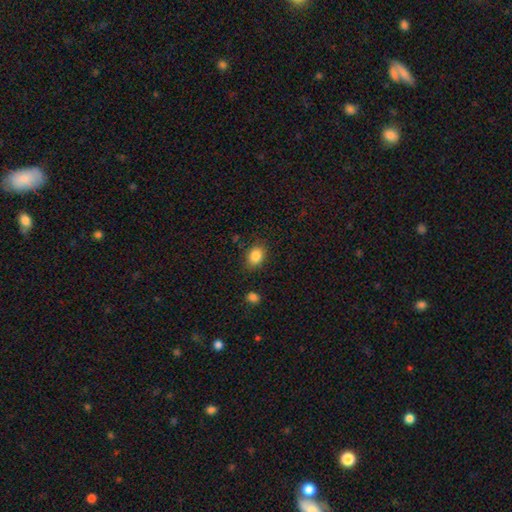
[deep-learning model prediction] A smooth galaxy with no disk features (86%) that is in between round and cigar-shaped (66%).

Vote fractions:
- Smooth or featured? smooth: 86% / star or artifact: 9% / featured or disk: 5%
- How rounded? in between: 66% / round: 33% / cigar-shaped: 1%
- Merging? none: 81% / minor disturbance: 13% / major disturbance: 4% / merger: 2%